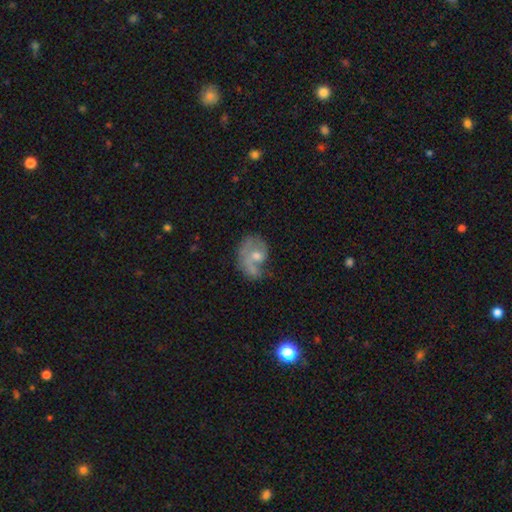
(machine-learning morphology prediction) The model was most divided on "merging": major disturbance: 36%, none: 32%, minor disturbance: 21%, merger: 12%. More confident: edge-on disk — no (97%); bar — no (77%); spiral arms — yes (59%); smooth or featured — featured or disk (57%); bulge size — moderate (54%).